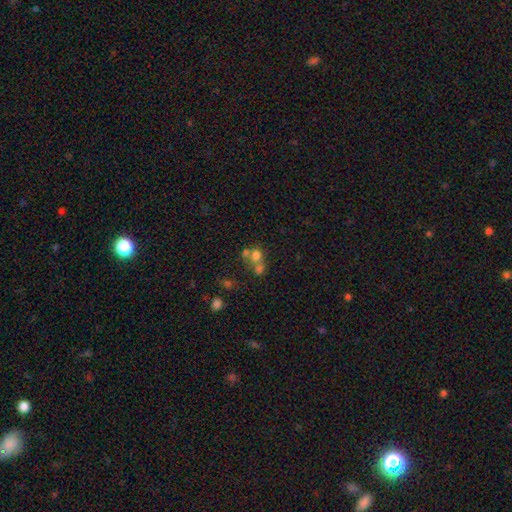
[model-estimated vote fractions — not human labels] Smooth or featured: smooth — 66% (featured or disk — 18%)
How rounded: round — 74% (in between — 25%)
Merging: merger — 53% (none — 34%)